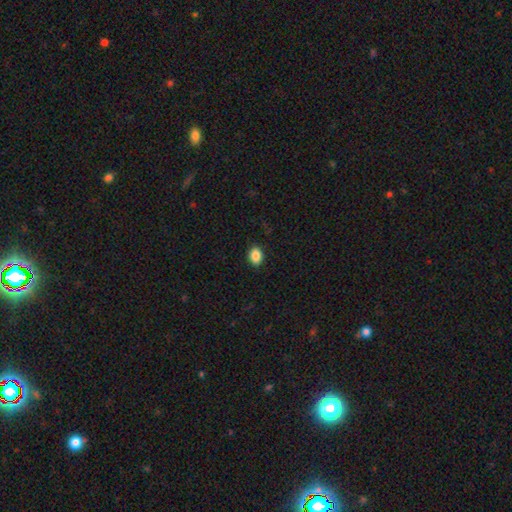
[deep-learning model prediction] Smooth or featured? smooth (87%)
How rounded? in between (70%)
Merging? none (90%)